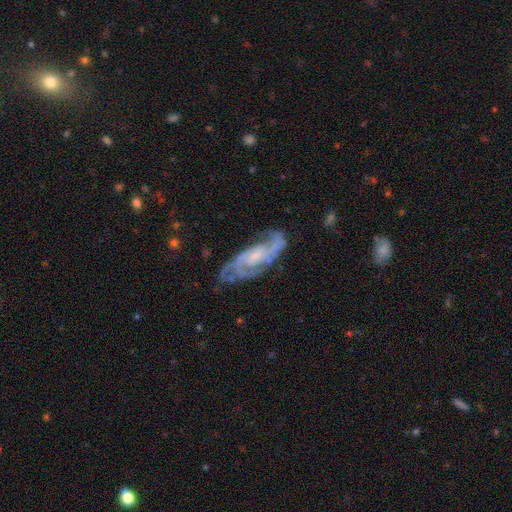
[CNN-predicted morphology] Smooth or featured? featured or disk (87%)
Edge-on disk? no (92%)
Bar? no (54%)
Spiral arms? yes (97%)
Spiral winding? medium (45%)
Spiral arm count? 2 (54%)
Bulge size? small (39%)
Merging? none (69%)